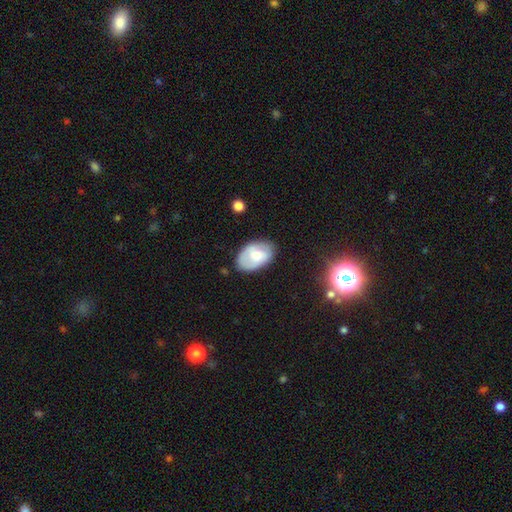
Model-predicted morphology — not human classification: This is likely a smooth galaxy (62%). How rounded: clearly in between (90%). Merging: likely none (72%).